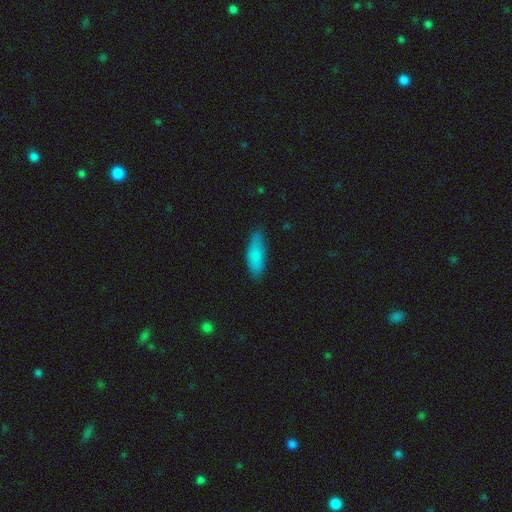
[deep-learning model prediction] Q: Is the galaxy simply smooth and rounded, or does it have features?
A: smooth — 84%.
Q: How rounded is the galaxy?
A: in between — 58%.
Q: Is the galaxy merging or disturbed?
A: none — 79%.